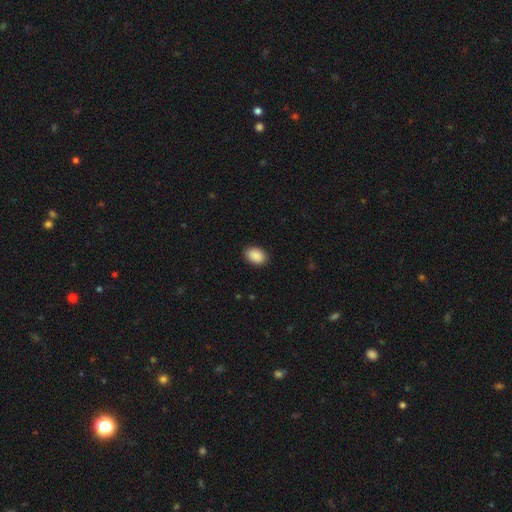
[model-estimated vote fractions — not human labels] The model was most divided on "how rounded": in between: 82%, round: 17%, cigar-shaped: 1%. More confident: smooth or featured — smooth (90%); merging — none (88%).